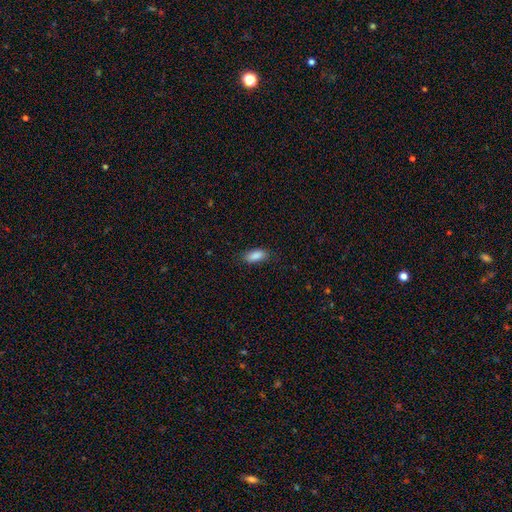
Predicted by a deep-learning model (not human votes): This is clearly a smooth galaxy (88%). How rounded: clearly in between (85%). Merging: clearly none (81%).